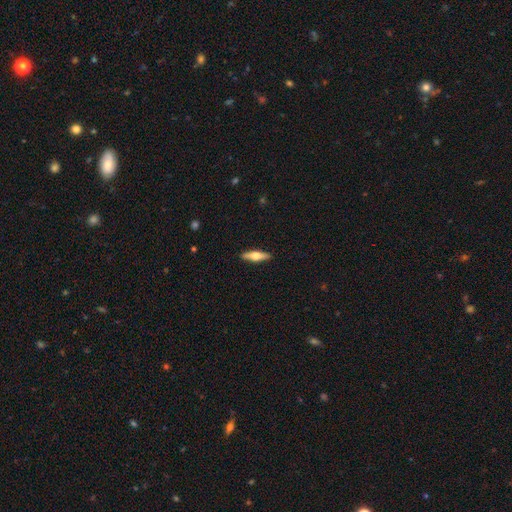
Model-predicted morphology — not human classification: Q: Smooth or featured?
A: featured or disk (50%); runner-up: smooth (44%)
Q: Edge-on disk?
A: yes (93%); runner-up: no (7%)
Q: Merging?
A: none (91%); runner-up: minor disturbance (7%)